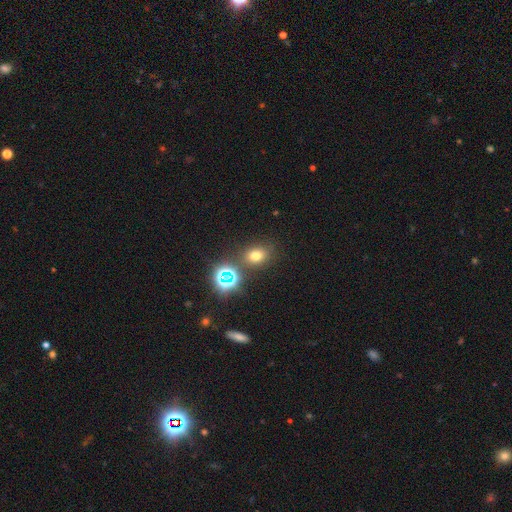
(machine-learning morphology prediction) A smooth galaxy with no disk features (64%) that is round (52%). Merging: none (79%).